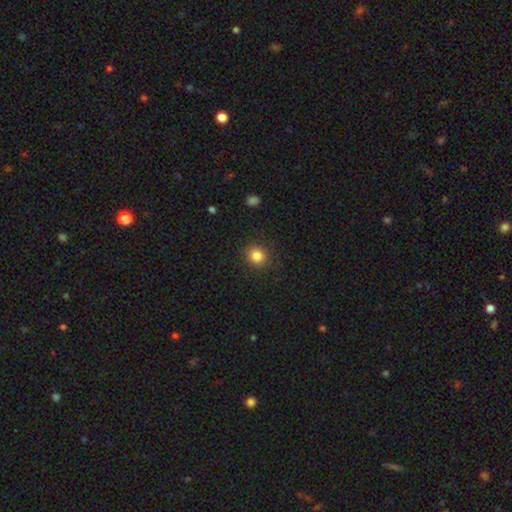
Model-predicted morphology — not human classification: smooth-or-featured: smooth: 84% | star or artifact: 11% | featured or disk: 5%
  how-rounded: round: 87% | in between: 12% | cigar-shaped: 1%
  merging: none: 89% | minor disturbance: 7% | major disturbance: 3% | merger: 1%